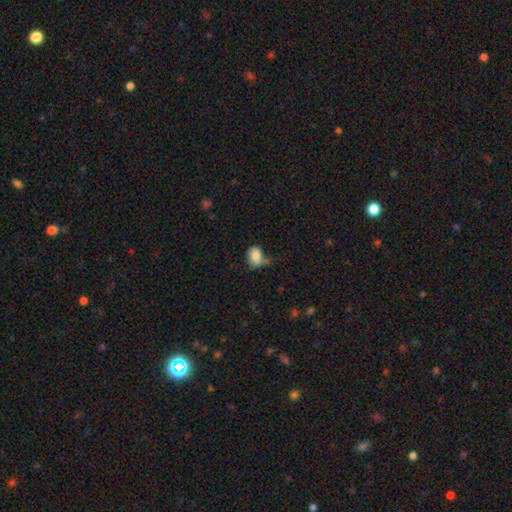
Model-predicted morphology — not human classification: A smooth galaxy with no disk features (79%) that is in between round and cigar-shaped (55%). Merging: none (40%).